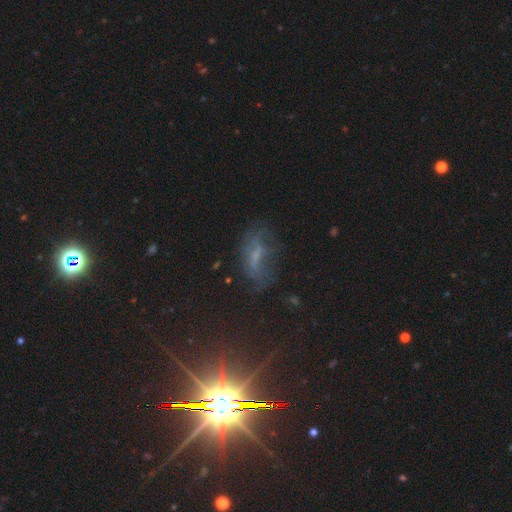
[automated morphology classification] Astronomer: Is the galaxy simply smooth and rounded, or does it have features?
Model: featured or disk — 39% (runner-up: smooth, 33%).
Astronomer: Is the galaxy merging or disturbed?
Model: none — 52%.